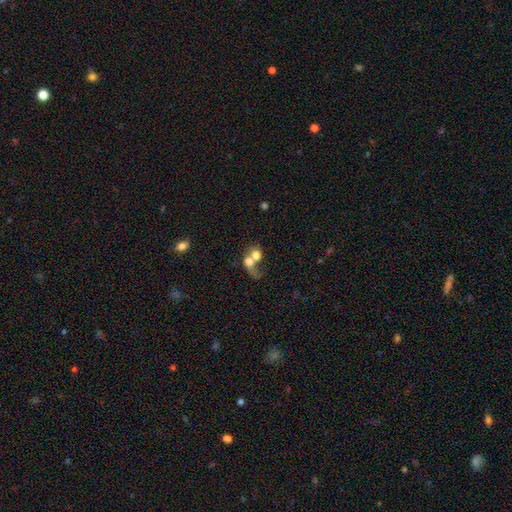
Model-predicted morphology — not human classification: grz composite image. It shows a smooth galaxy with no disk features (60%) that is round (63%). Merging: merger (71%).